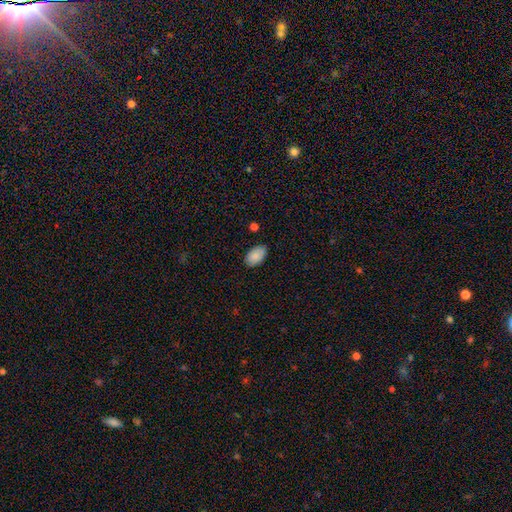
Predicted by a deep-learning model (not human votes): Smooth or featured: smooth — 89% (star or artifact — 6%)
How rounded: in between — 93% (round — 6%)
Merging: none — 85% (minor disturbance — 12%)